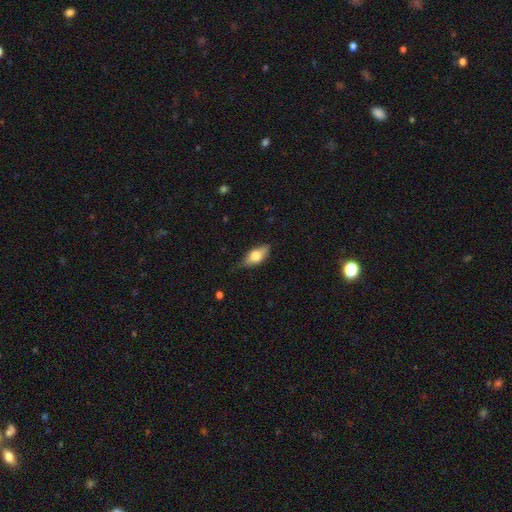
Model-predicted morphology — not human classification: smooth 55%, featured or disk 38%, star or artifact 7%. Down the decision tree: how rounded — in between (78%); merging — none (71%).